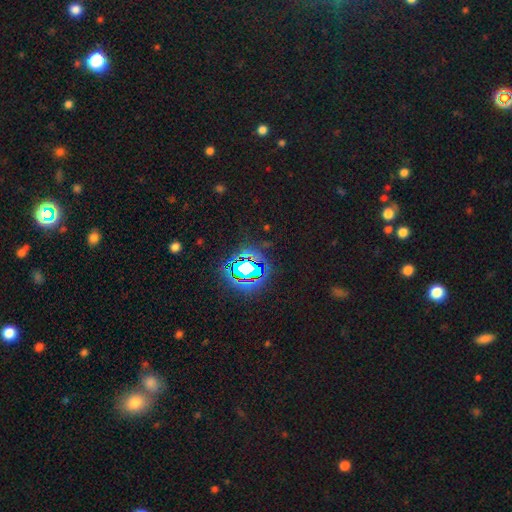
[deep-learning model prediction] Smooth or featured? star or artifact (76%)